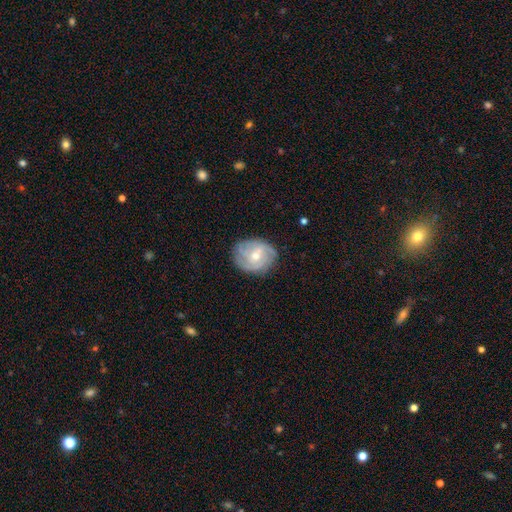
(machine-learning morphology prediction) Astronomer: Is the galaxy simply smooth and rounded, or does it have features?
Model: featured or disk — 71%.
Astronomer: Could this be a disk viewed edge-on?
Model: no — 97%.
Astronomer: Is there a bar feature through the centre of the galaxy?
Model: no — 63%.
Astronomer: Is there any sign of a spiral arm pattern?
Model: yes — 89%.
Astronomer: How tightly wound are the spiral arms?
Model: tight — 50% (runner-up: medium, 37%).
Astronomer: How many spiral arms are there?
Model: can't tell — 31% (runner-up: 3, 29%).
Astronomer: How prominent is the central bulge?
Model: moderate — 55% (runner-up: small, 41%).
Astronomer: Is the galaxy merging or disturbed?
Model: none — 76%.